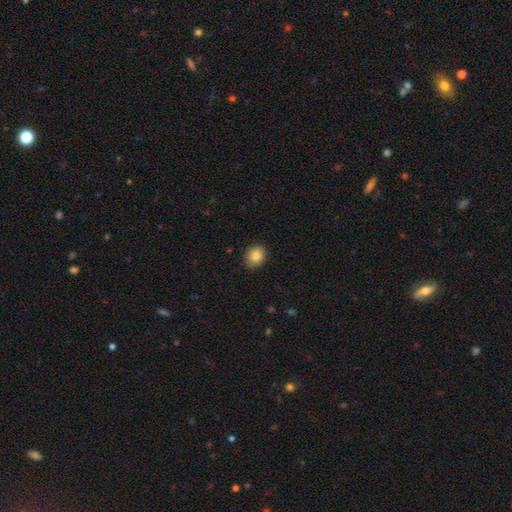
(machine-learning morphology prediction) type=smooth (85%); roundness=round (60%); merging=none (86%).